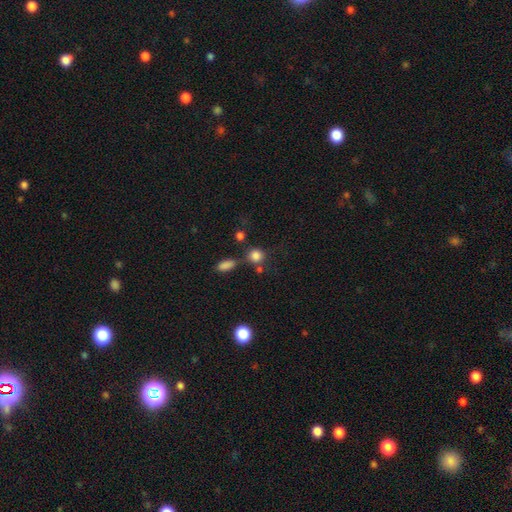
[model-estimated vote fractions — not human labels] Smooth or featured: smooth — 82% (star or artifact — 12%)
How rounded: round — 84% (in between — 15%)
Merging: none — 65% (merger — 17%)